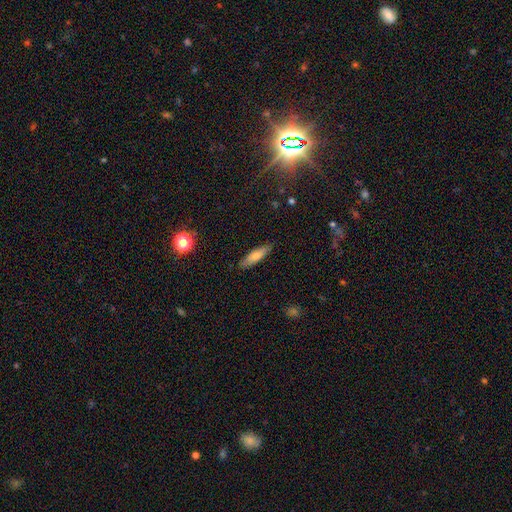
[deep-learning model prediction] Smooth or featured? smooth (73%)
How rounded? cigar-shaped (67%)
Merging? none (85%)